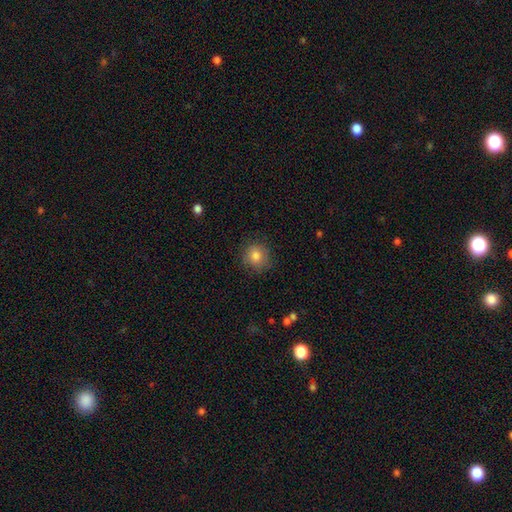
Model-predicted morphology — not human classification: This appears to be a smooth galaxy with no disk features (82%) that is round (89%). Merging: none (82%).